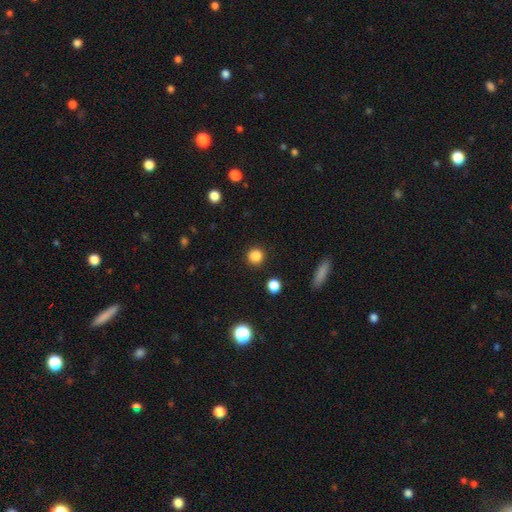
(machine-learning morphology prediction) Overall: smooth (85%). How rounded: round (92%). Merging: none (90%).